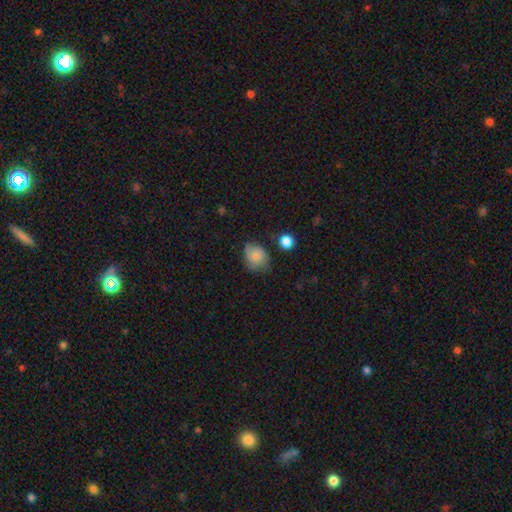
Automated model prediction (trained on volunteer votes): Smooth or featured: smooth — 68% (featured or disk — 23%)
How rounded: round — 58% (in between — 41%)
Merging: none — 55% (minor disturbance — 33%)